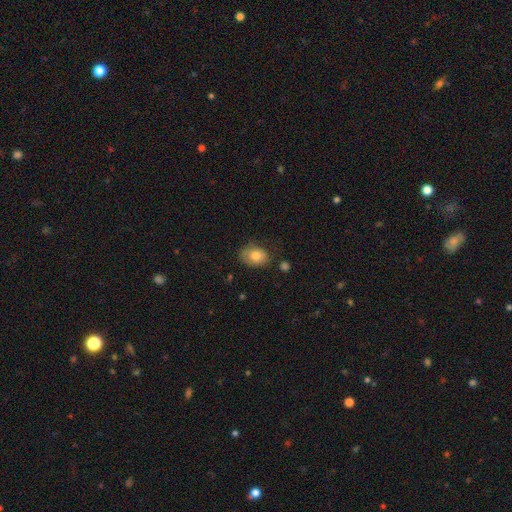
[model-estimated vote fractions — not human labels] This is likely a smooth galaxy (78%). How rounded: likely in between (75%). Merging: likely none (66%).